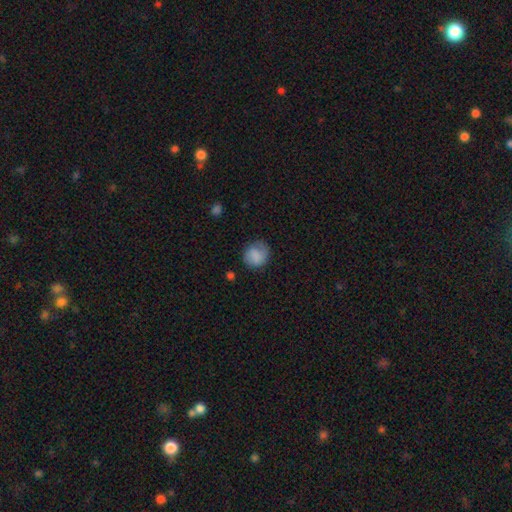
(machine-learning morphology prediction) Overall: smooth (73%). How rounded: round (77%). Merging: none (69%).